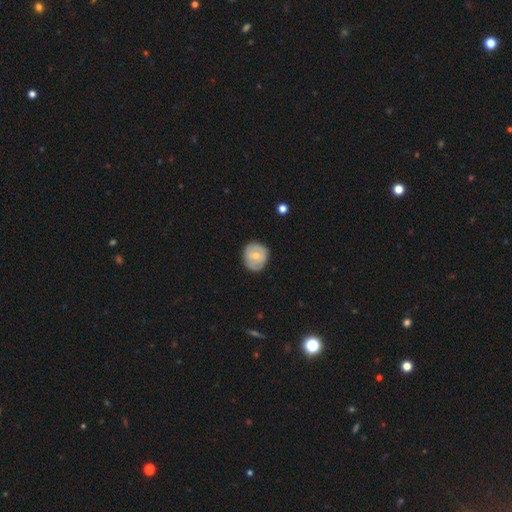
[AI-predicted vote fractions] Smooth or featured?
  - smooth: 51% *
  - featured or disk: 42%
  - star or artifact: 7%
How rounded?
  - round: 82% *
  - in between: 17%
  - cigar-shaped: 1%
Merging?
  - none: 75% *
  - minor disturbance: 20%
  - major disturbance: 4%
  - merger: 1%